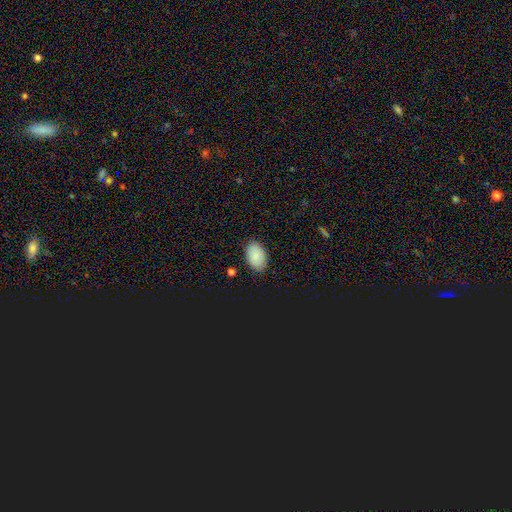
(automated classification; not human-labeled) smooth_or_featured: smooth (p=0.85) [alt: star or artifact p=0.09]
how_rounded: in between (p=0.90) [alt: round p=0.09]
merging: none (p=0.86) [alt: minor disturbance p=0.11]